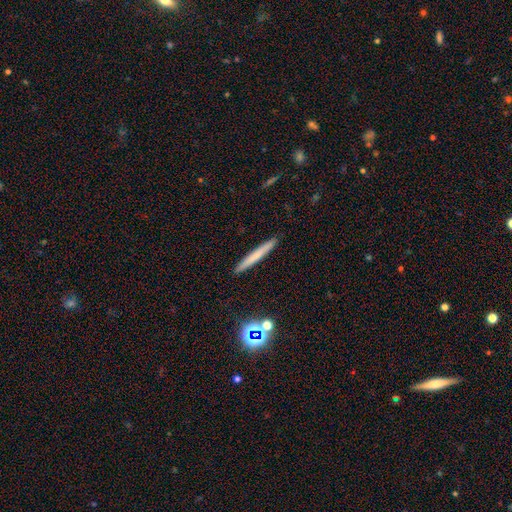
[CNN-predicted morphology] Smooth or featured? smooth (65%)
How rounded? cigar-shaped (96%)
Merging? none (92%)